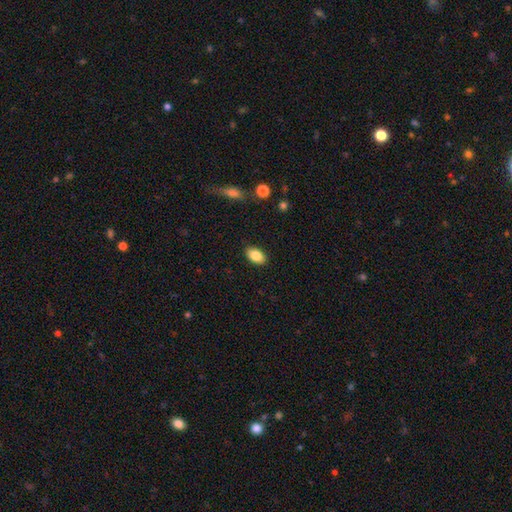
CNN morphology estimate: A smooth galaxy with no disk features (85%) that is in between round and cigar-shaped (90%).

Vote fractions:
- Smooth or featured? smooth: 85% / star or artifact: 8% / featured or disk: 7%
- How rounded? in between: 90% / round: 8% / cigar-shaped: 1%
- Merging? none: 88% / minor disturbance: 9% / major disturbance: 2% / merger: 1%